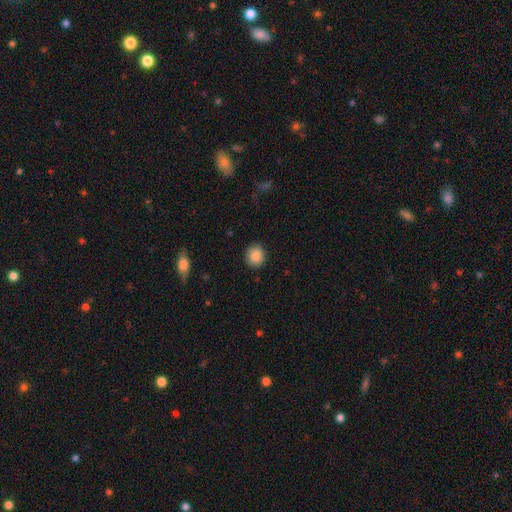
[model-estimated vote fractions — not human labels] Overall: smooth (87%). How rounded: round (79%). Merging: none (88%).